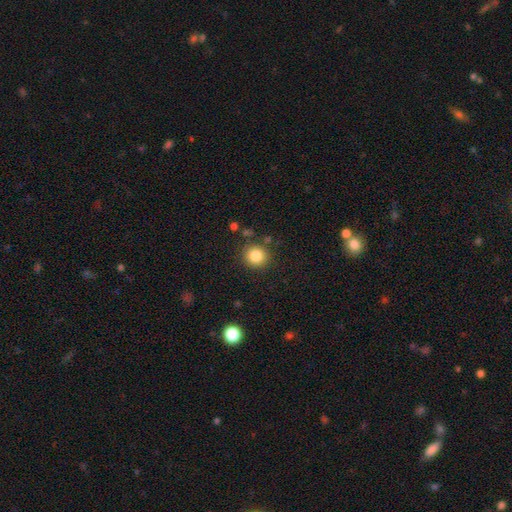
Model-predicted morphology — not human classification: smooth-or-featured: smooth: 84% | star or artifact: 10% | featured or disk: 5%
  how-rounded: round: 89% | in between: 10% | cigar-shaped: 1%
  merging: none: 85% | minor disturbance: 8% | merger: 3% | major disturbance: 3%